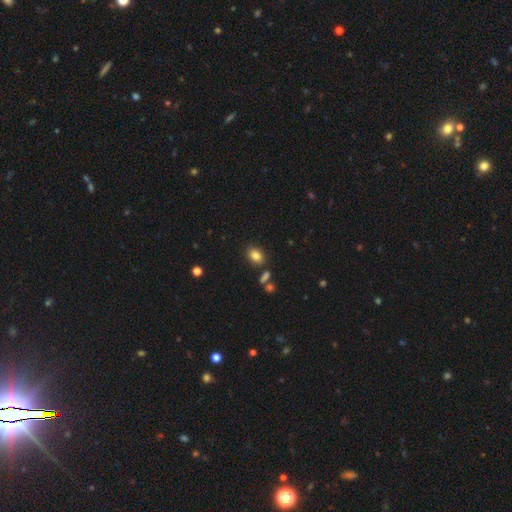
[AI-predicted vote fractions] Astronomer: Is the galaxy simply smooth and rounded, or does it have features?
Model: smooth — 83%.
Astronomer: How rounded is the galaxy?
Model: in between — 73%.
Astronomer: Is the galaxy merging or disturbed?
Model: none — 82%.